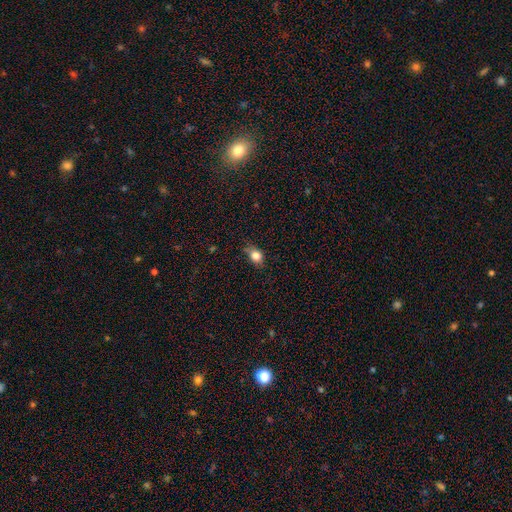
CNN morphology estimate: type=smooth (81%); roundness=in between (55%); merging=none (64%).